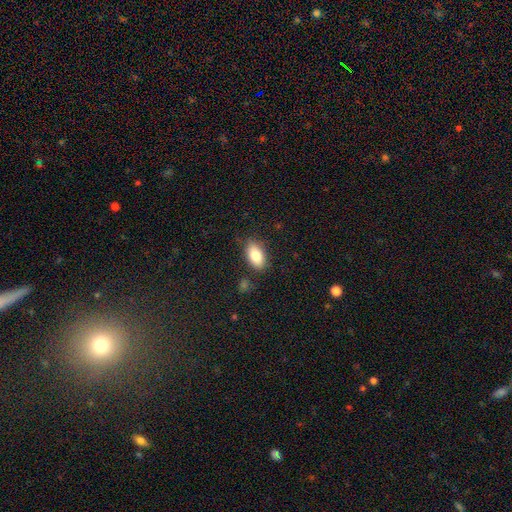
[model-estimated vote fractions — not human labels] A smooth galaxy with no disk features (81%) that is in between round and cigar-shaped (91%).

Vote fractions:
- Smooth or featured? smooth: 81% / featured or disk: 11% / star or artifact: 7%
- How rounded? in between: 91% / round: 5% / cigar-shaped: 4%
- Merging? none: 83% / minor disturbance: 12% / major disturbance: 3% / merger: 2%